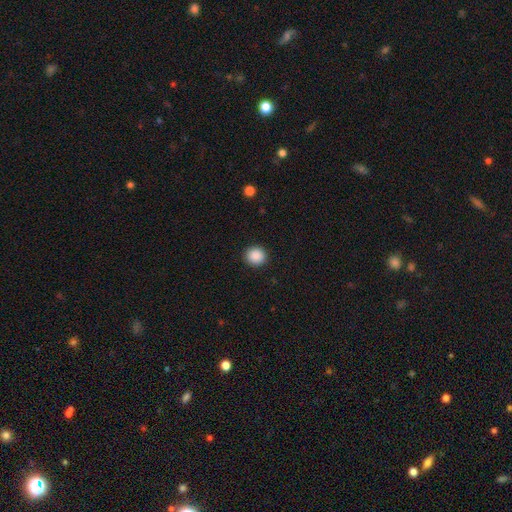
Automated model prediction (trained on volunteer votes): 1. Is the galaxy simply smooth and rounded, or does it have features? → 89% smooth, 9% star or artifact, 3% featured or disk.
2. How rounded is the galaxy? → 89% round, 10% in between, 1% cigar-shaped.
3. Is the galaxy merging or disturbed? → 92% none, 5% minor disturbance, 2% major disturbance, 1% merger.